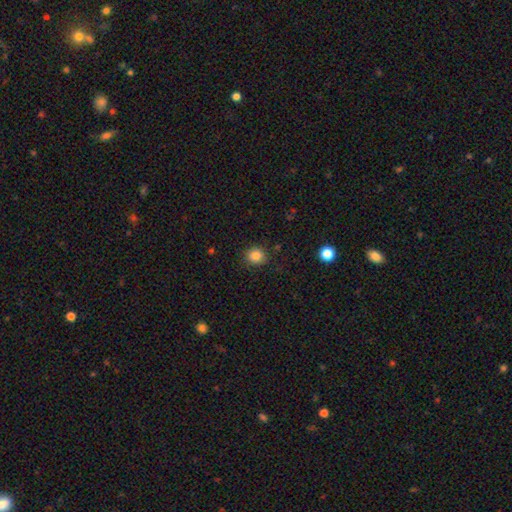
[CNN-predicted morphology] This appears to be a smooth galaxy with no disk features (85%) that is round (84%). Merging: none (86%).